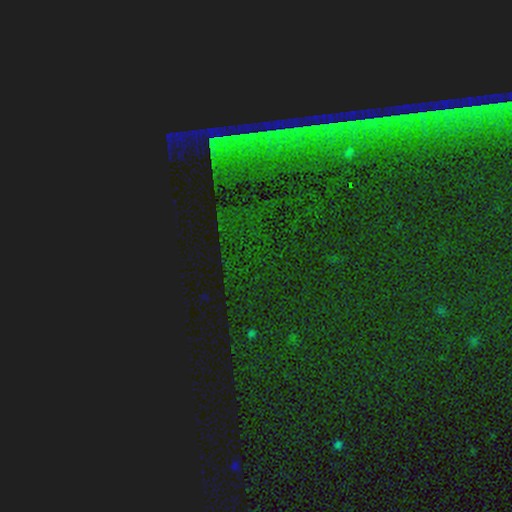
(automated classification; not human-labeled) Smooth or featured? star or artifact (84%)